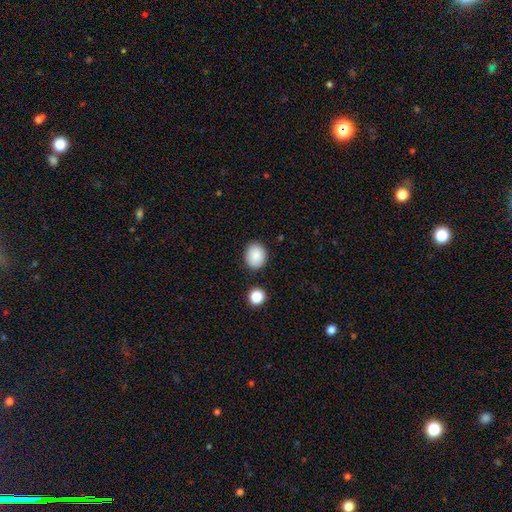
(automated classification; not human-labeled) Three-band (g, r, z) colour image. It shows a smooth galaxy with no disk features (88%) that is round (56%). Merging: none (87%).